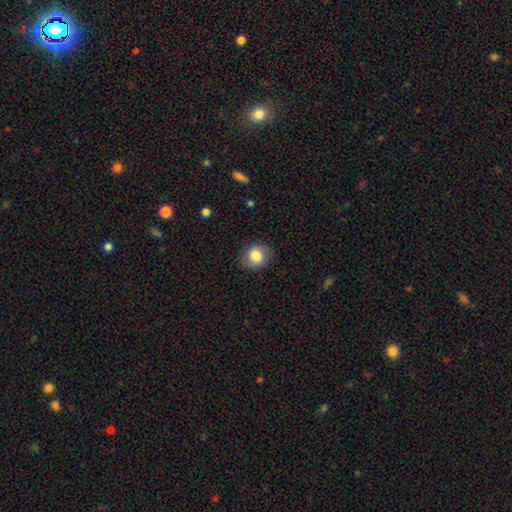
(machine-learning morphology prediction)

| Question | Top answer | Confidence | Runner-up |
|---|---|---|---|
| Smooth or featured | smooth | 79% | featured or disk (12%) |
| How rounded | round | 65% | in between (34%) |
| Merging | none | 81% | minor disturbance (14%) |